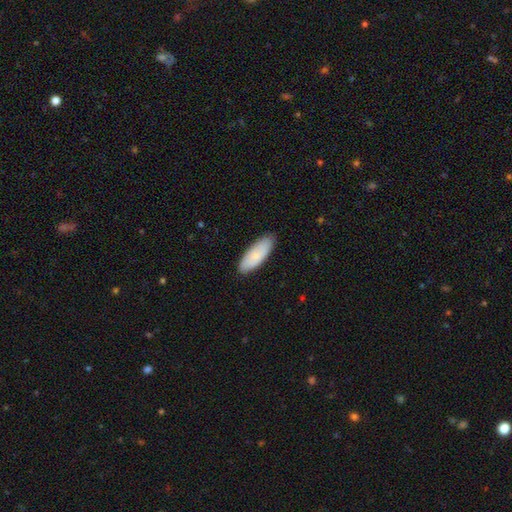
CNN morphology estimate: smooth 81%, featured or disk 13%, star or artifact 6%. Down the decision tree: how rounded — in between (69%); merging — none (86%).